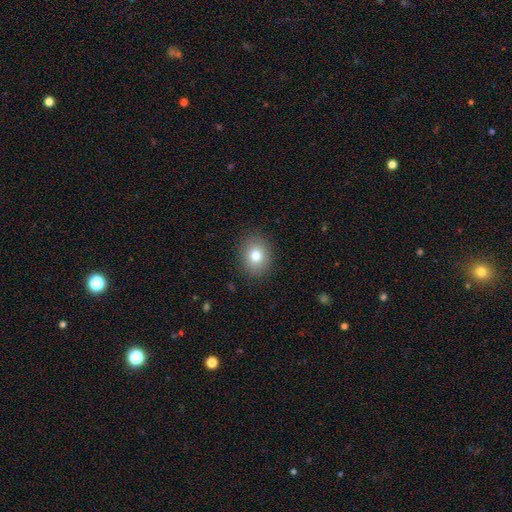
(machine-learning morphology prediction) Q: Smooth or featured?
A: smooth (79%); runner-up: star or artifact (11%)
Q: How rounded?
A: round (58%); runner-up: in between (41%)
Q: Merging?
A: none (88%); runner-up: minor disturbance (8%)